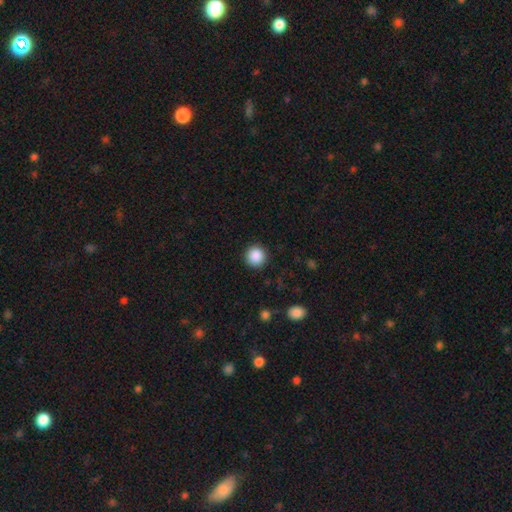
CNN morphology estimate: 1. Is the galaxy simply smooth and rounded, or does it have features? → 88% smooth, 9% star or artifact, 3% featured or disk.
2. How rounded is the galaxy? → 95% round, 4% in between, 1% cigar-shaped.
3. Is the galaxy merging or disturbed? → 92% none, 5% minor disturbance, 2% major disturbance, 1% merger.